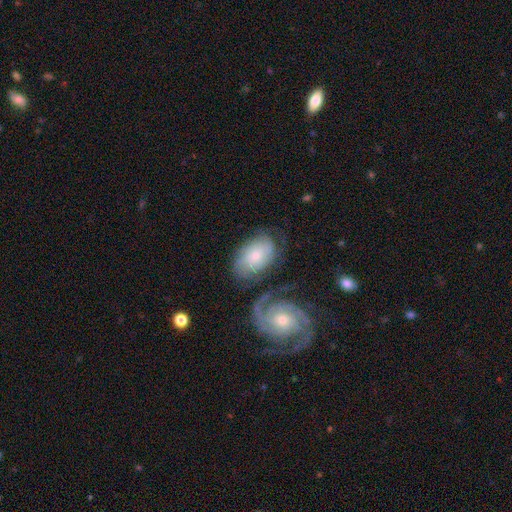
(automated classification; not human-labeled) Overall: featured or disk (47%; smooth 46%). Merging: none (53%; minor disturbance 21%).